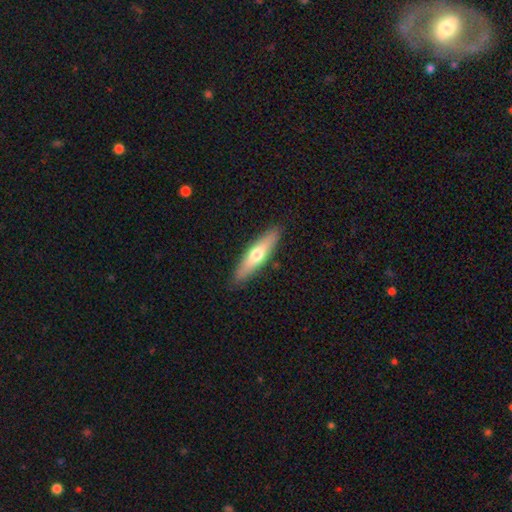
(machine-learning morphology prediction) A smooth galaxy with no disk features (54%) that is cigar-shaped (78%). Merging: none (90%).